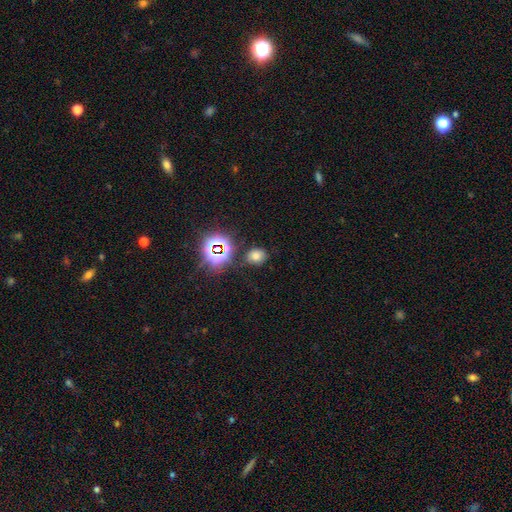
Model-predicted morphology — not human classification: smooth-or-featured: smooth: 66% | star or artifact: 26% | featured or disk: 8%
  how-rounded: round: 61% | in between: 38% | cigar-shaped: 1%
  merging: none: 81% | minor disturbance: 12% | major disturbance: 4% | merger: 3%